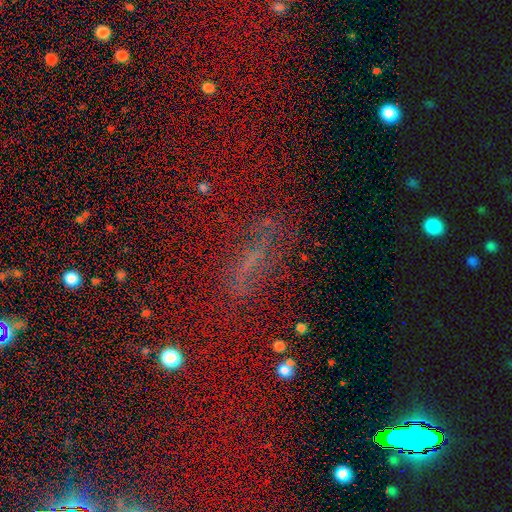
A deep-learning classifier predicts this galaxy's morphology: Smooth or featured?
  - star or artifact: 38% *
  - smooth: 35%
  - featured or disk: 27%